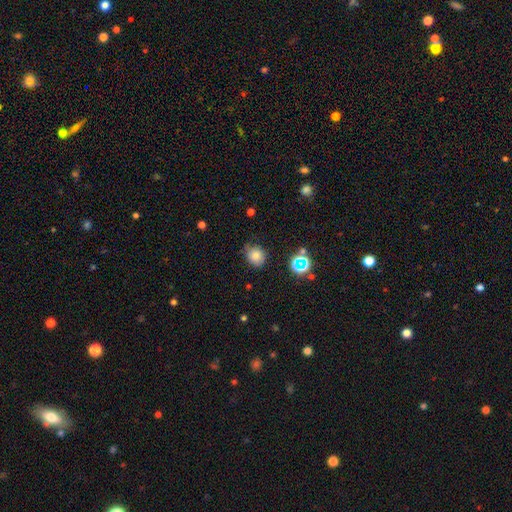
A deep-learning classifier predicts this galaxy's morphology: Smooth or featured? Predicted: smooth (p=0.75). How rounded? Predicted: round (p=0.79). Merging? Predicted: none (p=0.71).